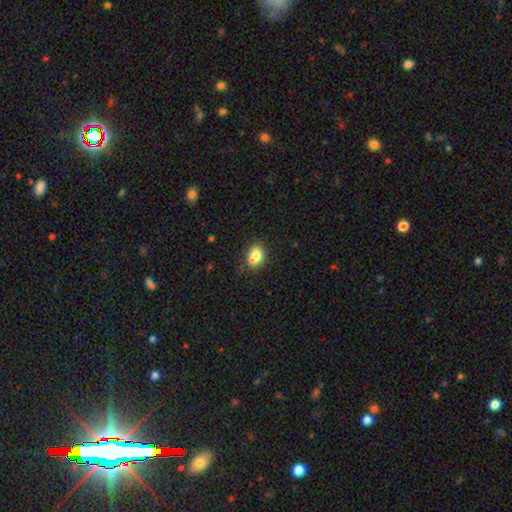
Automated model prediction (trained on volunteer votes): Smooth or featured: smooth — 77% (featured or disk — 13%)
How rounded: in between — 54% (round — 45%)
Merging: none — 51% (merger — 30%)